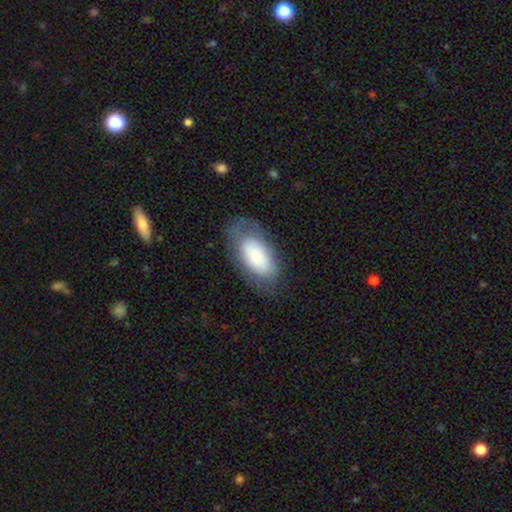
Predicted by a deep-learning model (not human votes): smooth-or-featured: smooth: 76% | featured or disk: 17% | star or artifact: 7%
  how-rounded: in between: 94% | cigar-shaped: 3% | round: 3%
  merging: none: 68% | minor disturbance: 20% | major disturbance: 10% | merger: 1%